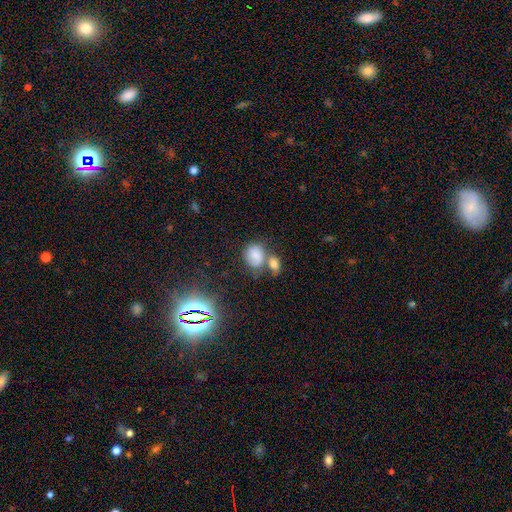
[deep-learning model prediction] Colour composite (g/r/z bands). It shows a smooth galaxy with no disk features (72%) that is in between round and cigar-shaped (55%). Merging: merger (44%).